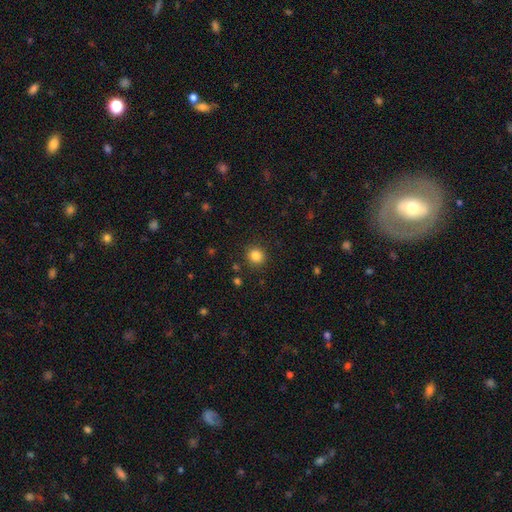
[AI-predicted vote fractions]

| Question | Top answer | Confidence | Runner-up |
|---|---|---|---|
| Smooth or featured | smooth | 84% | star or artifact (11%) |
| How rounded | round | 90% | in between (9%) |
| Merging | none | 90% | minor disturbance (6%) |